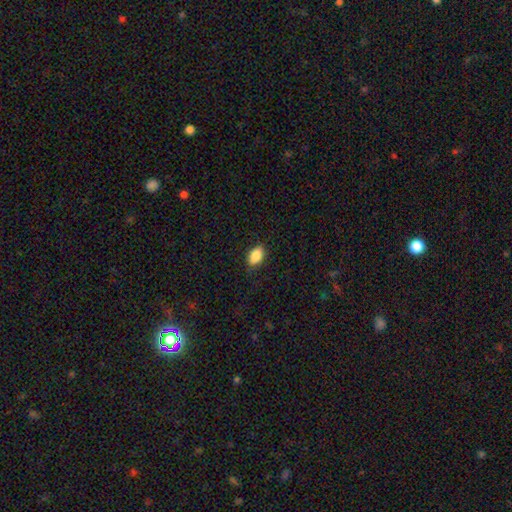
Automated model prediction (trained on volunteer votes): smooth_or_featured: smooth (p=0.88) [alt: star or artifact p=0.07]
how_rounded: in between (p=0.90) [alt: round p=0.08]
merging: none (p=0.86) [alt: minor disturbance p=0.11]